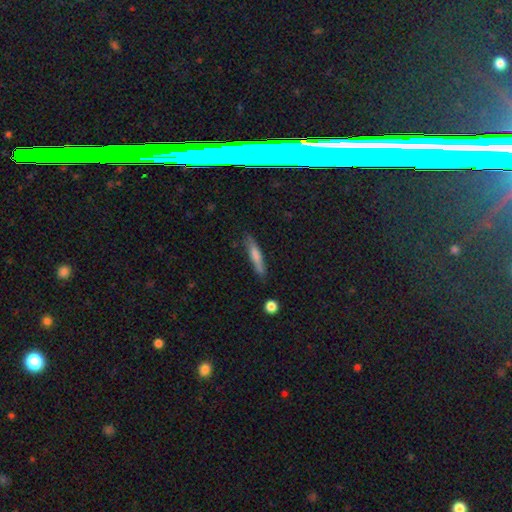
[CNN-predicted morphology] smooth-or-featured: smooth: 70% | featured or disk: 23% | star or artifact: 7%
  how-rounded: cigar-shaped: 88% | in between: 10% | round: 2%
  merging: none: 79% | minor disturbance: 15% | major disturbance: 3% | merger: 3%